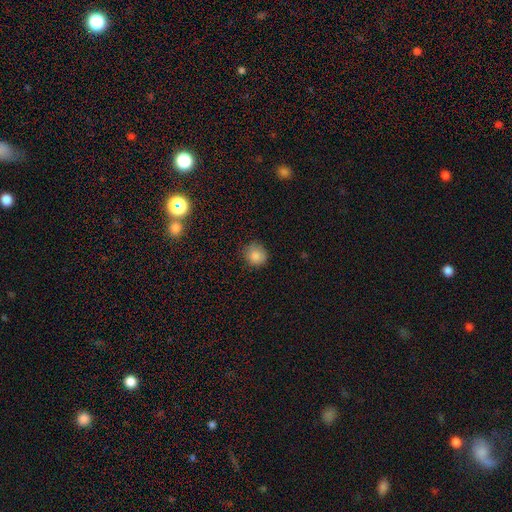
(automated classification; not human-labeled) smooth-or-featured: smooth: 84% | star or artifact: 11% | featured or disk: 5%
  how-rounded: round: 88% | in between: 11% | cigar-shaped: 1%
  merging: none: 78% | minor disturbance: 17% | major disturbance: 4% | merger: 1%